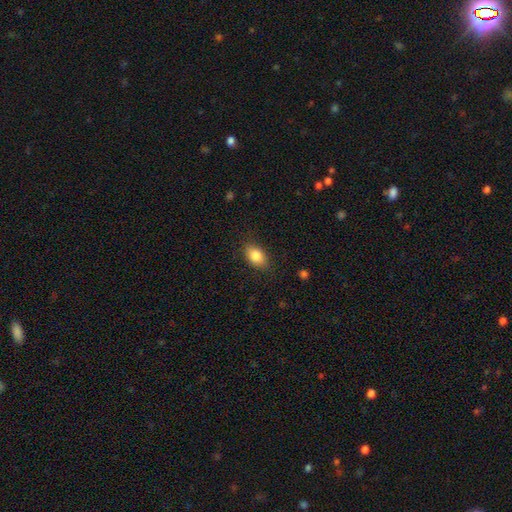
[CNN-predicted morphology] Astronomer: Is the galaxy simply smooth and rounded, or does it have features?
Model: smooth — 86%.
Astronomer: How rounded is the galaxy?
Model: in between — 84%.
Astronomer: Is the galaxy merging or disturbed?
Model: none — 82%.